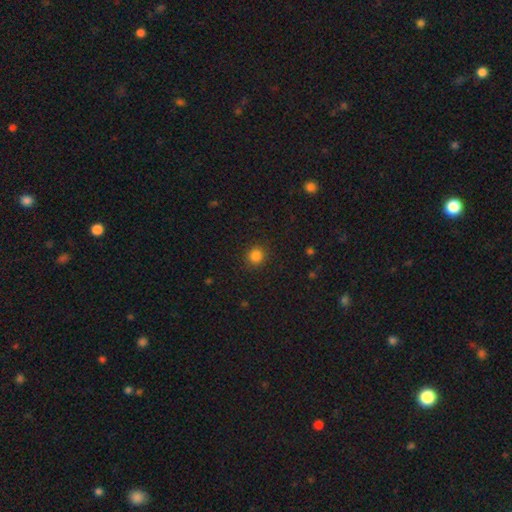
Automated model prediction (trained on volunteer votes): Smooth or featured? Predicted: smooth (p=0.84). How rounded? Predicted: round (p=0.87). Merging? Predicted: none (p=0.90).